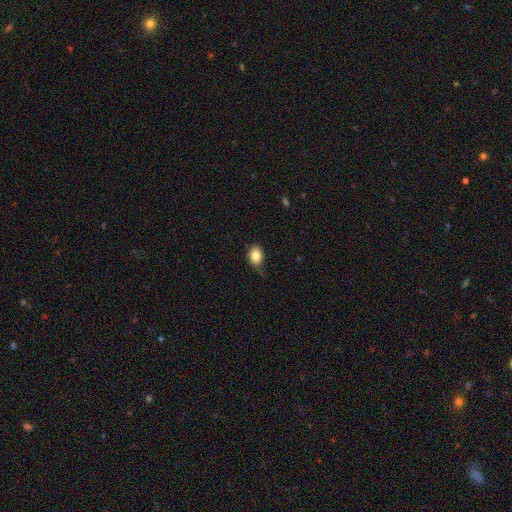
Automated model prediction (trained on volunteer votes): Smooth or featured? Predicted: smooth (p=0.83). How rounded? Predicted: in between (p=0.59). Merging? Predicted: none (p=0.71).